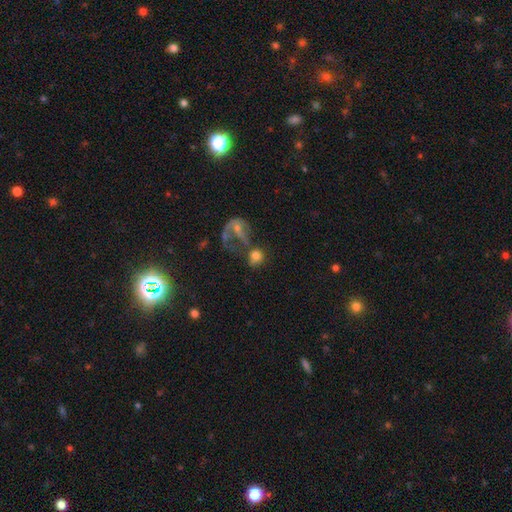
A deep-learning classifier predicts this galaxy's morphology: Q: Smooth or featured?
A: smooth (65%); runner-up: featured or disk (23%)
Q: How rounded?
A: round (71%); runner-up: in between (27%)
Q: Merging?
A: merger (38%); runner-up: none (32%)